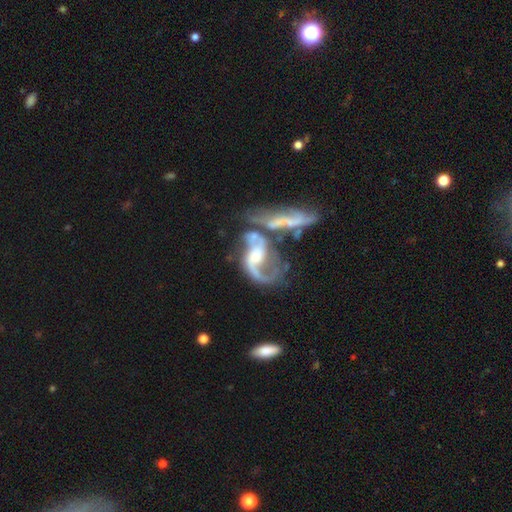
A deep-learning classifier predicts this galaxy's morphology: The model was most divided on "bar": no: 47%, weak: 38%, strong: 16%. Remaining: edge-on disk — no (95%); spiral arms — yes (92%); smooth or featured — featured or disk (86%); spiral arm count — 2 (80%); spiral winding — loose (60%); merging — merger (56%); bulge size — moderate (45%).